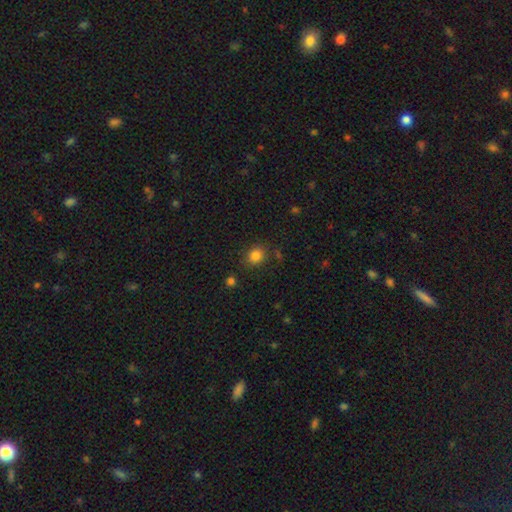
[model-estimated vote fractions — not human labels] The model was most divided on "how rounded": round: 71%, in between: 28%, cigar-shaped: 1%. More confident: merging — none (83%); smooth or featured — smooth (82%).